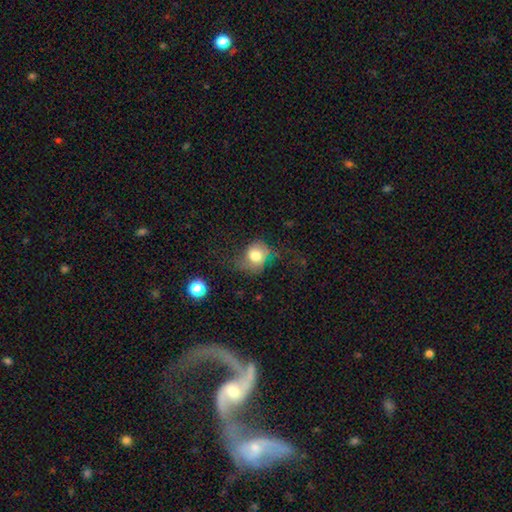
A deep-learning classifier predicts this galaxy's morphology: A smooth galaxy with no disk features (72%) that is round (67%).

Vote fractions:
- Smooth or featured? smooth: 72% / featured or disk: 18% / star or artifact: 10%
- How rounded? round: 67% / in between: 32% / cigar-shaped: 1%
- Merging? none: 41% / major disturbance: 29% / minor disturbance: 27% / merger: 3%